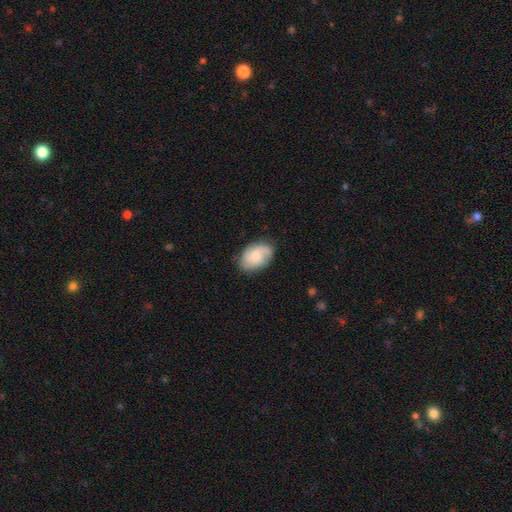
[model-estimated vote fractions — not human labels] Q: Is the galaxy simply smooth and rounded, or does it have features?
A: featured or disk — 50%.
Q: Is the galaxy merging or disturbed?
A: none — 76%.